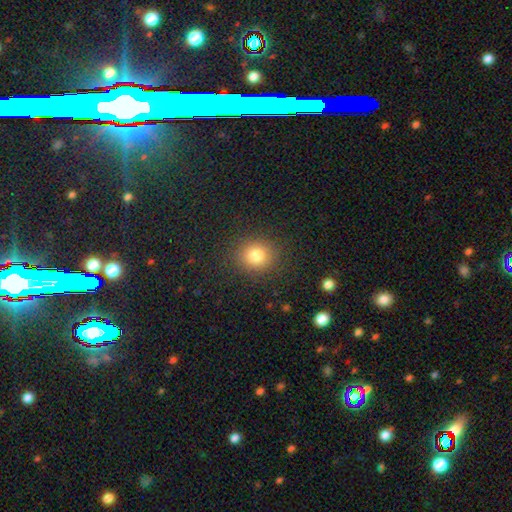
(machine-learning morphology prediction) The model was most divided on "how rounded": round: 82%, in between: 17%, cigar-shaped: 1%. More confident: merging — none (88%); smooth or featured — smooth (80%).